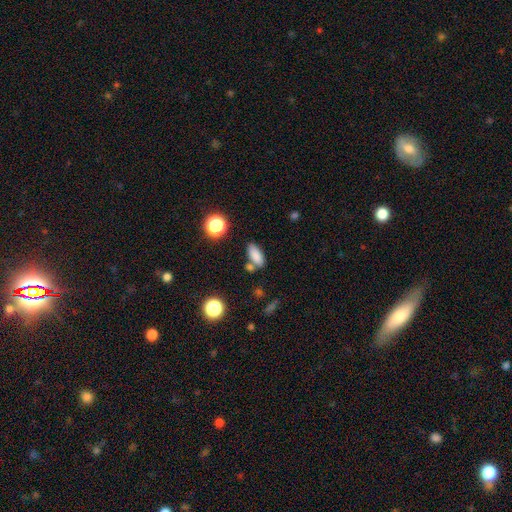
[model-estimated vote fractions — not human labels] Overall: smooth (83%). How rounded: in between (81%). Merging: none (69%).